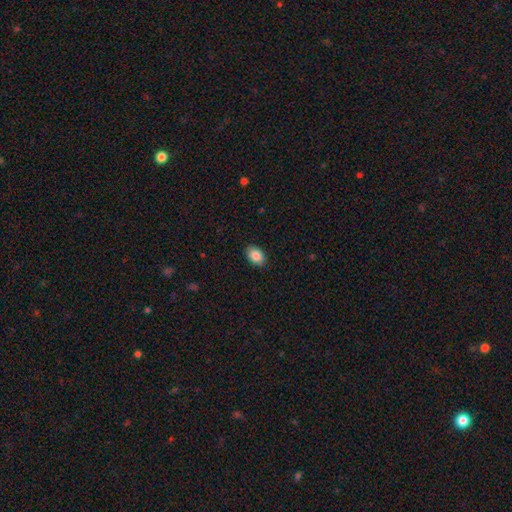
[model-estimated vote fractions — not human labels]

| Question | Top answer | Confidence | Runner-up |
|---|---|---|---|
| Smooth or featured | smooth | 88% | star or artifact (7%) |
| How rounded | in between | 83% | round (15%) |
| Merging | none | 89% | minor disturbance (8%) |